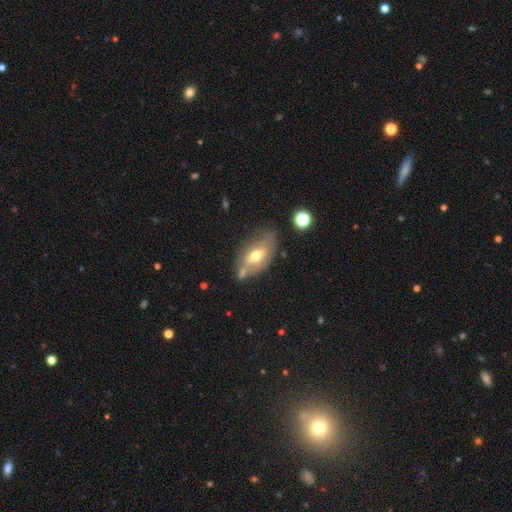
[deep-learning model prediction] A smooth galaxy with no disk features (51%) that is in between round and cigar-shaped (87%). Merging: none (48%).